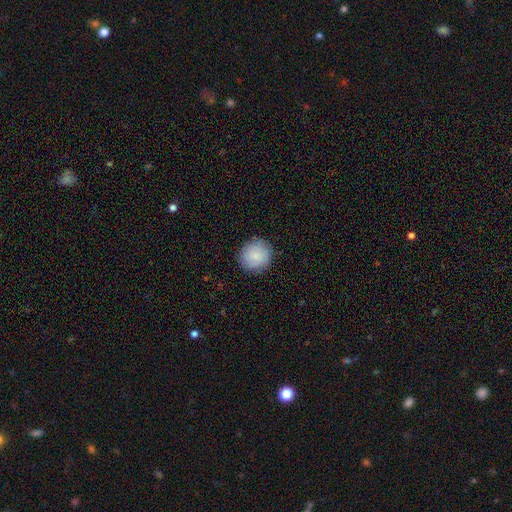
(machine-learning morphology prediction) type=smooth (82%); roundness=round (90%); merging=none (87%).